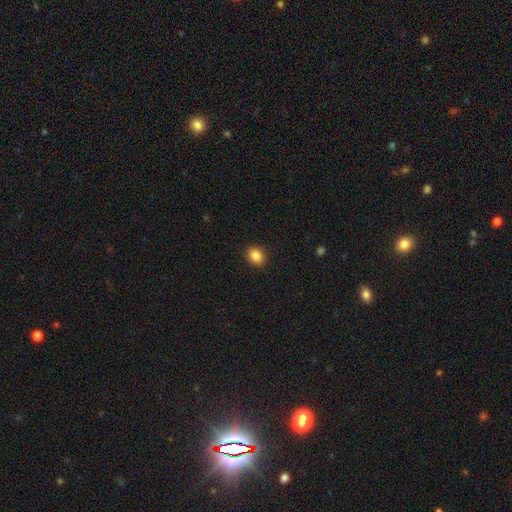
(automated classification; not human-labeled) Morphology: type=smooth (87%); roundness=round (59%); merging=none (90%).